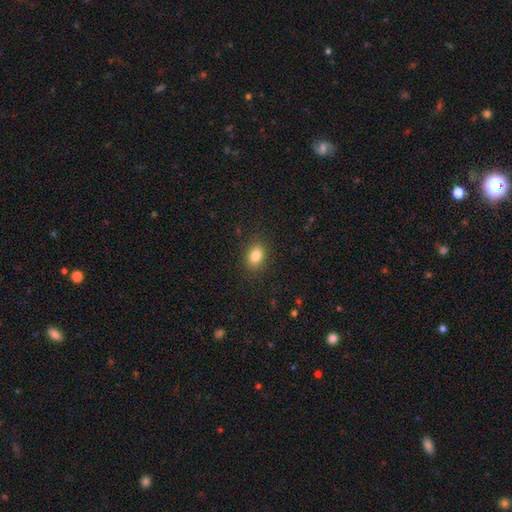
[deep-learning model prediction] The model was most divided on "how rounded": in between: 72%, round: 27%, cigar-shaped: 1%. More confident: merging — none (88%); smooth or featured — smooth (83%).